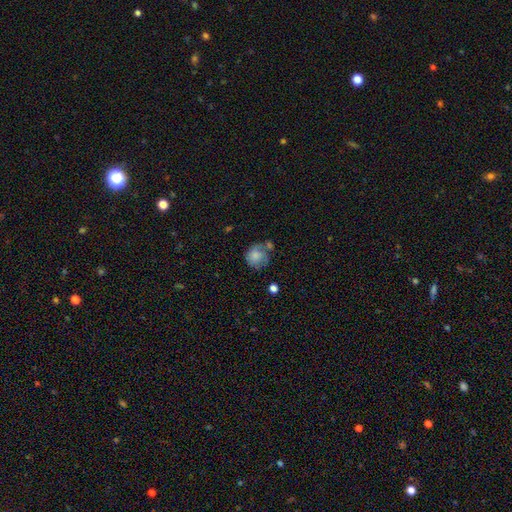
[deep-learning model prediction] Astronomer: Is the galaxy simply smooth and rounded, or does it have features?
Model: smooth — 64%.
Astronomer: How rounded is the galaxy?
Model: round — 77%.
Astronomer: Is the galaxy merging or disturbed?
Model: none — 41% (runner-up: minor disturbance, 26%).